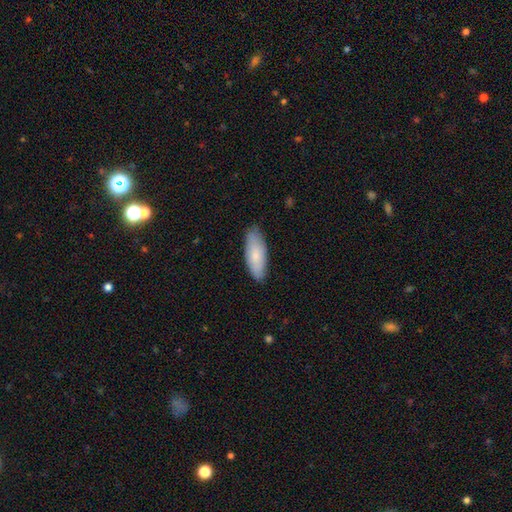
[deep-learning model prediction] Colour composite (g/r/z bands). It shows a smooth galaxy with no disk features (80%) that is in between round and cigar-shaped (70%). Merging: none (84%).